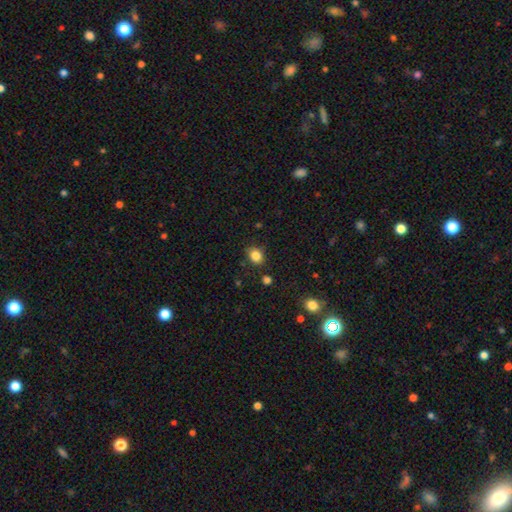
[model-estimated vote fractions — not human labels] Morphology: type=smooth (84%); roundness=in between (56%); merging=none (82%).